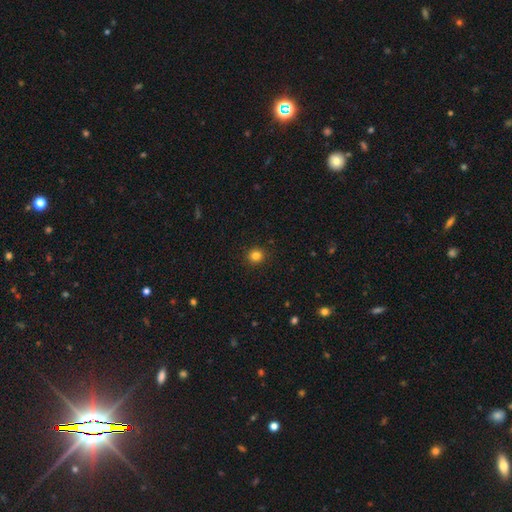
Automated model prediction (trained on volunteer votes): Q: Smooth or featured?
A: smooth (83%); runner-up: star or artifact (12%)
Q: How rounded?
A: round (89%); runner-up: in between (10%)
Q: Merging?
A: none (91%); runner-up: minor disturbance (6%)